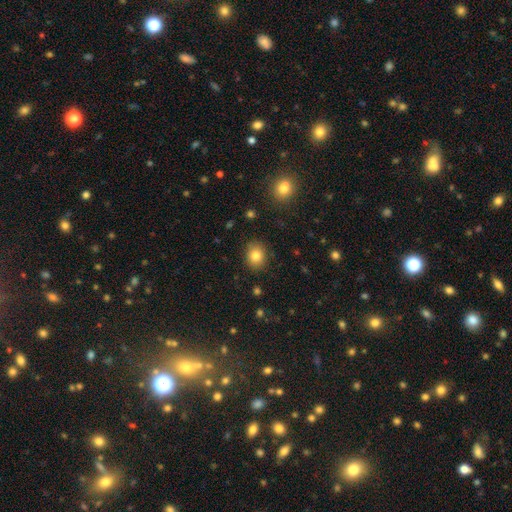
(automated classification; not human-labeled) smooth_or_featured: smooth (p=0.82) [alt: star or artifact p=0.10]
how_rounded: round (p=0.58) [alt: in between p=0.41]
merging: none (p=0.87) [alt: minor disturbance p=0.09]